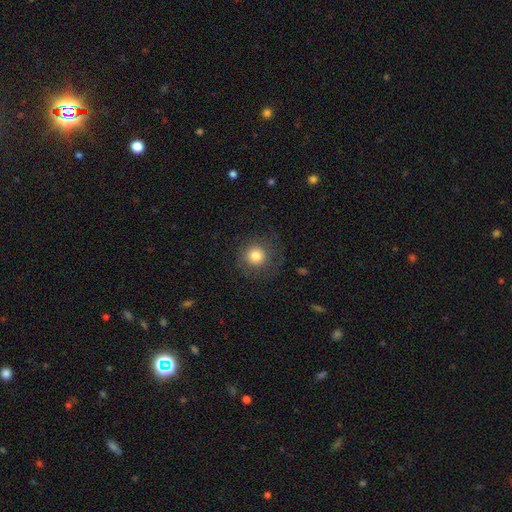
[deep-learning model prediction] A smooth galaxy with no disk features (79%) that is round (94%). Merging: none (79%).